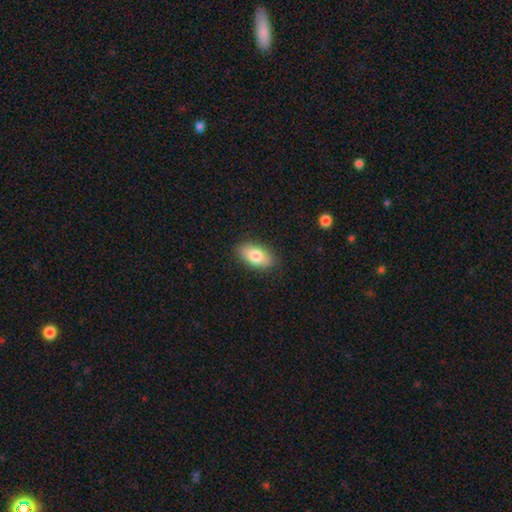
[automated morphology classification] smooth 79%, featured or disk 15%, star or artifact 7%. Down the decision tree: how rounded — in between (92%); merging — none (87%).